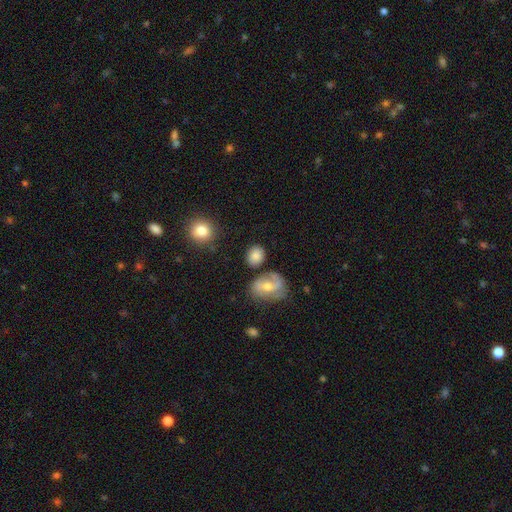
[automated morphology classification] Q: Smooth or featured?
A: smooth (79%); runner-up: featured or disk (12%)
Q: How rounded?
A: round (51%); runner-up: in between (47%)
Q: Merging?
A: none (73%); runner-up: minor disturbance (14%)